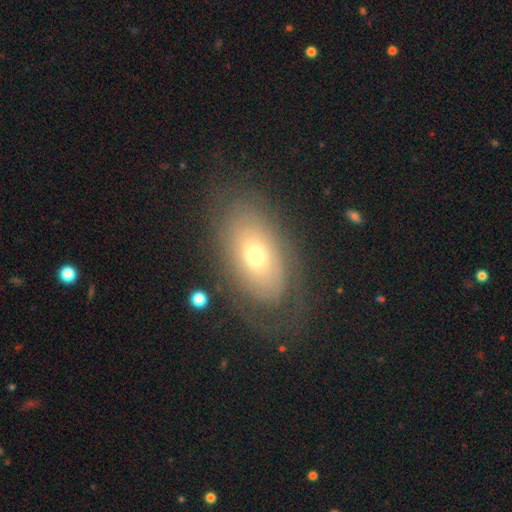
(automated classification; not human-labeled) Smooth or featured?
  - featured or disk: 48% *
  - smooth: 43%
  - star or artifact: 9%
Merging?
  - none: 72% *
  - minor disturbance: 16%
  - major disturbance: 11%
  - merger: 2%